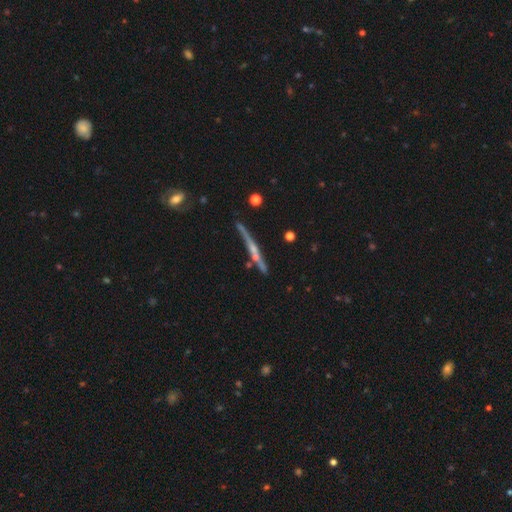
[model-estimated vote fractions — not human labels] Q: Smooth or featured?
A: featured or disk (72%); runner-up: smooth (20%)
Q: Edge-on disk?
A: yes (97%); runner-up: no (3%)
Q: Edge-on bulge?
A: rounded (55%); runner-up: none (38%)
Q: Merging?
A: none (77%); runner-up: minor disturbance (13%)